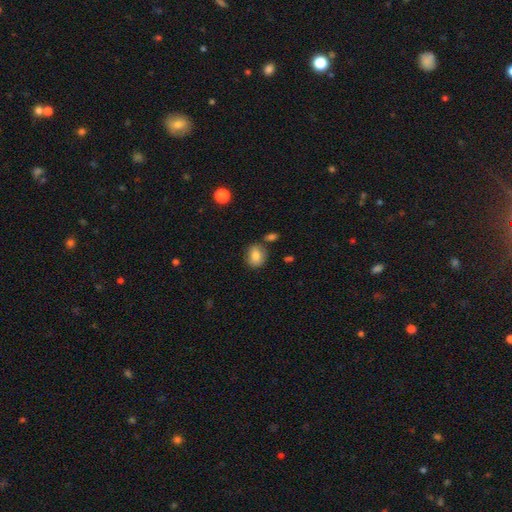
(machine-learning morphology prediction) Smooth or featured?
  - smooth: 82% *
  - featured or disk: 9%
  - star or artifact: 9%
How rounded?
  - round: 61% *
  - in between: 38%
  - cigar-shaped: 1%
Merging?
  - none: 74% *
  - minor disturbance: 15%
  - merger: 8%
  - major disturbance: 4%